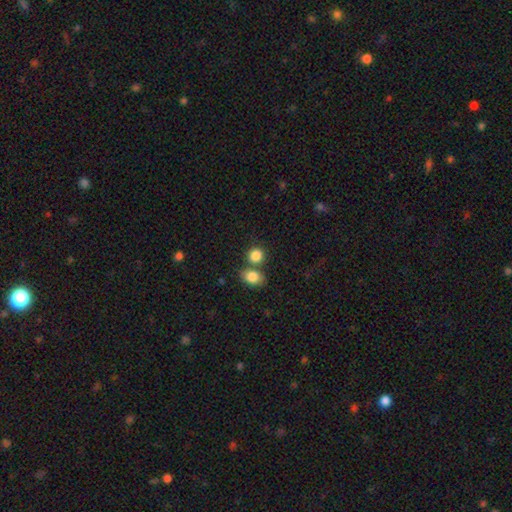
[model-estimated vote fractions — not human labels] smooth 85%, star or artifact 9%, featured or disk 5%. Down the decision tree: how rounded — round (77%); merging — none (59%).